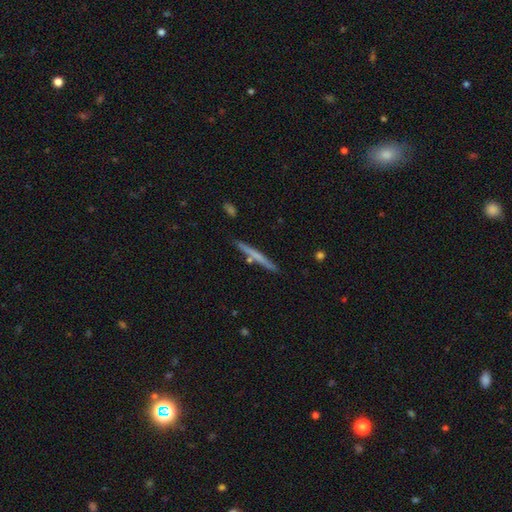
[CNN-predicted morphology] type=smooth (51%); roundness=cigar-shaped (96%); merging=none (86%).